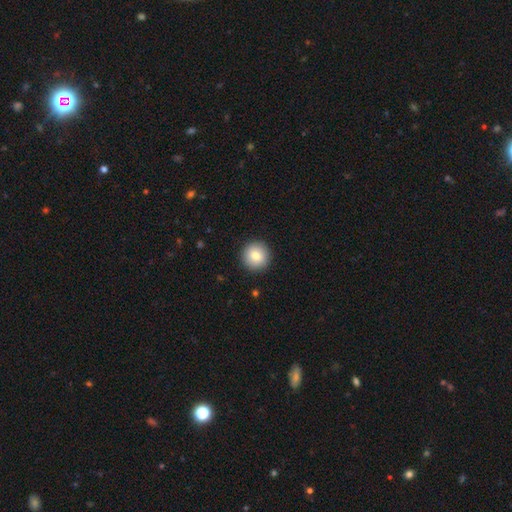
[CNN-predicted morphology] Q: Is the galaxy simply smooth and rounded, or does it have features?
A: smooth — 81%.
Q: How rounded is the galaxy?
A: round — 95%.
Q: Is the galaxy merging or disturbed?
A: none — 92%.